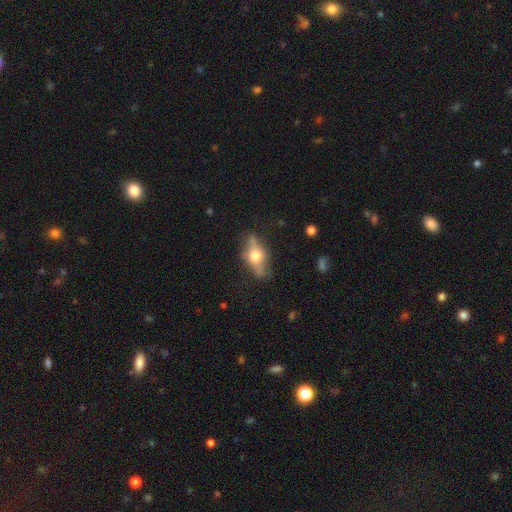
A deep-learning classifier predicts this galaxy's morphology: A featured or disk galaxy (53%) viewed edge-on (78%). Merging: none (75%).